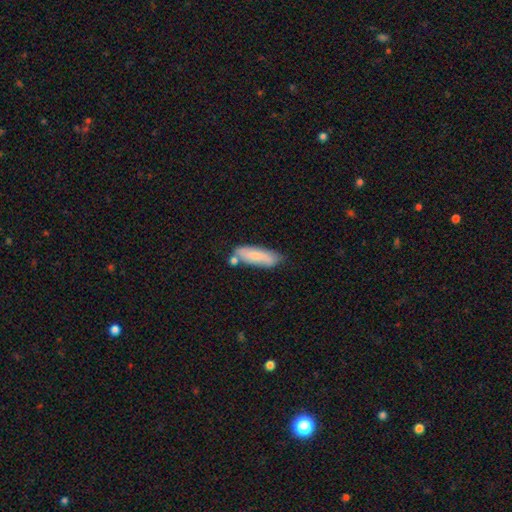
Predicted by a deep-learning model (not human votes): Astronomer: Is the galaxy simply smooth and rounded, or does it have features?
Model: smooth — 76%.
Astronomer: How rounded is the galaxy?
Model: in between — 51% (runner-up: cigar-shaped, 47%).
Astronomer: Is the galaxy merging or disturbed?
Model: none — 65%.